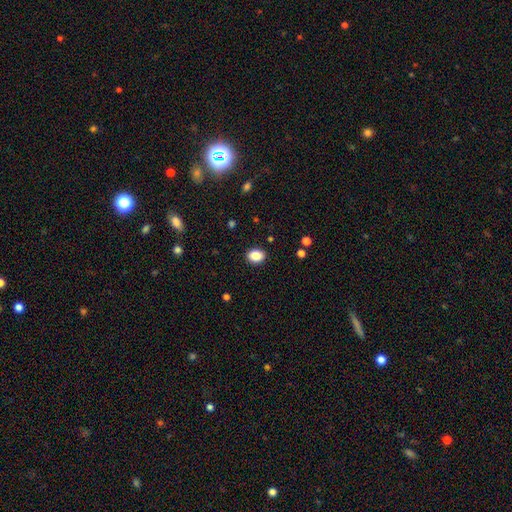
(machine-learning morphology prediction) A smooth galaxy with no disk features (86%) that is in between round and cigar-shaped (61%).

Vote fractions:
- Smooth or featured? smooth: 86% / star or artifact: 9% / featured or disk: 5%
- How rounded? in between: 61% / round: 38% / cigar-shaped: 1%
- Merging? none: 90% / minor disturbance: 7% / major disturbance: 2% / merger: 1%